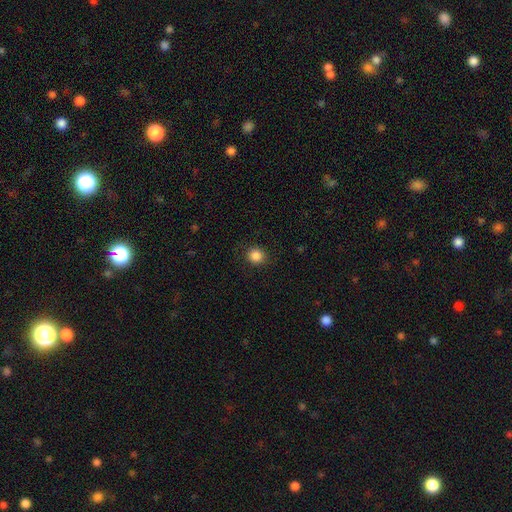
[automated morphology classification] Overall: smooth (86%). How rounded: round (88%). Merging: none (89%).